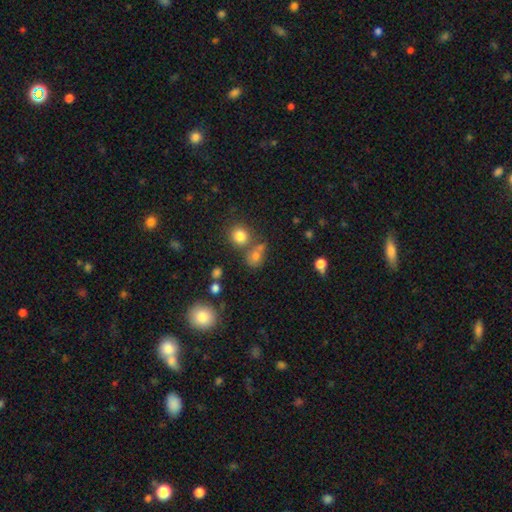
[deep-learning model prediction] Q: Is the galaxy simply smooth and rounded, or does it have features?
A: smooth — 71%.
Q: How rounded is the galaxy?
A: round — 61%.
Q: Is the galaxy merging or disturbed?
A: none — 50%.